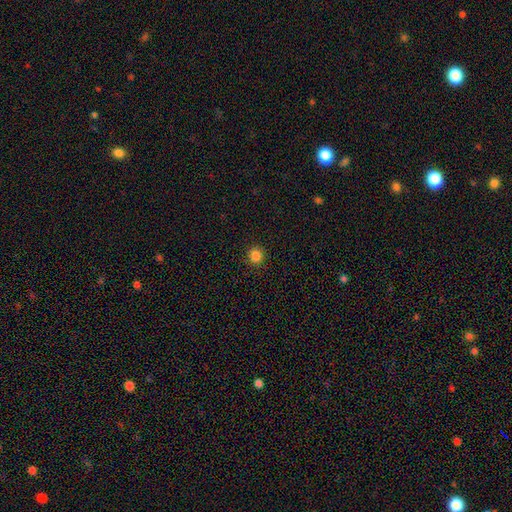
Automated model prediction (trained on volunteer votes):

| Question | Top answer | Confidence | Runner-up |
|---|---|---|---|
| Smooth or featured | smooth | 85% | star or artifact (12%) |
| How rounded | round | 92% | in between (7%) |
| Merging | none | 92% | minor disturbance (5%) |